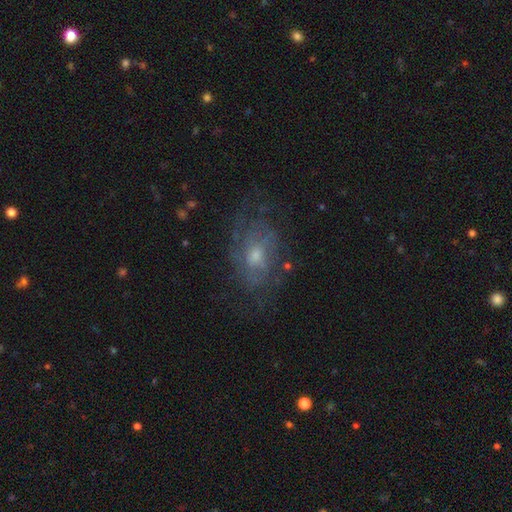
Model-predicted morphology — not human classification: smooth-or-featured: featured or disk: 64% | smooth: 26% | star or artifact: 10%
  disk-edge-on: no: 95% | yes: 5%
    bar: no: 71% | weak: 26% | strong: 4%
    has-spiral-arms: yes: 63% | no: 37%
    bulge-size: moderate: 49% | small: 42% | large: 4% | none: 3% | dominant: 1%
  merging: none: 59% | minor disturbance: 21% | major disturbance: 18% | merger: 2%